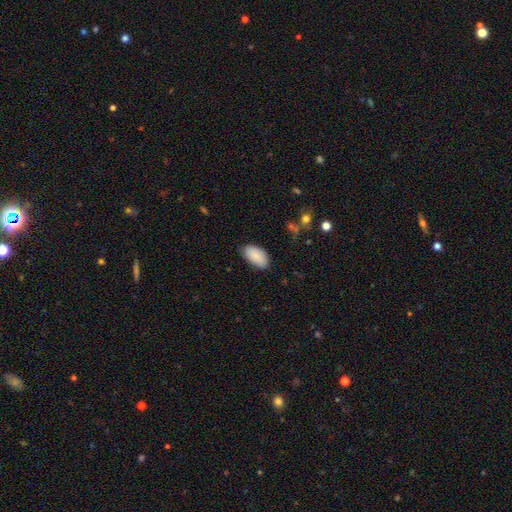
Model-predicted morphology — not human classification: Smooth or featured: smooth — 88% (star or artifact — 6%)
How rounded: in between — 95% (round — 2%)
Merging: none — 79% (minor disturbance — 17%)